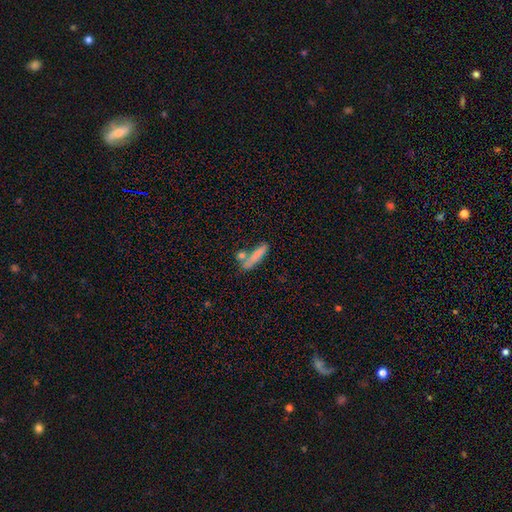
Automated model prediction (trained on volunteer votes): A smooth galaxy with no disk features (78%) that is cigar-shaped (79%).

Vote fractions:
- Smooth or featured? smooth: 78% / featured or disk: 14% / star or artifact: 8%
- How rounded? cigar-shaped: 79% / in between: 17% / round: 3%
- Merging? none: 62% / merger: 19% / minor disturbance: 14% / major disturbance: 5%